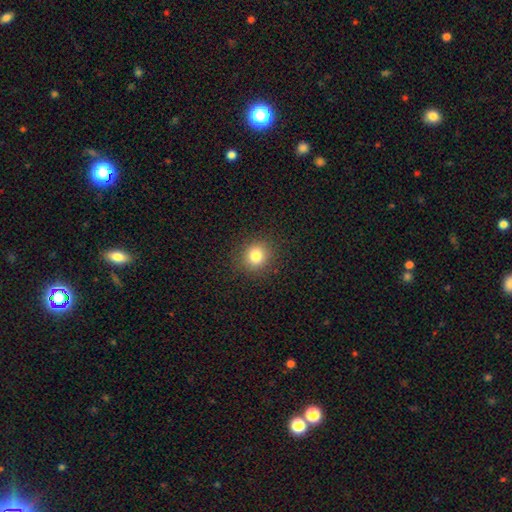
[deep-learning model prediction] smooth_or_featured: smooth (p=0.82) [alt: star or artifact p=0.12]
how_rounded: round (p=0.86) [alt: in between p=0.13]
merging: none (p=0.89) [alt: minor disturbance p=0.07]